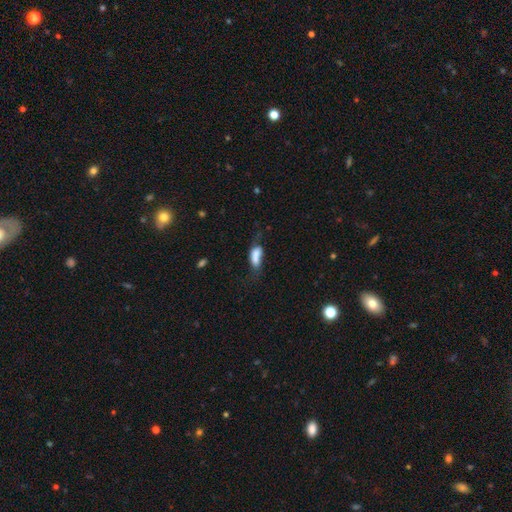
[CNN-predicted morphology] Smooth or featured: smooth — 68% (featured or disk — 22%)
How rounded: in between — 76% (cigar-shaped — 19%)
Merging: major disturbance — 30% (none — 28%)